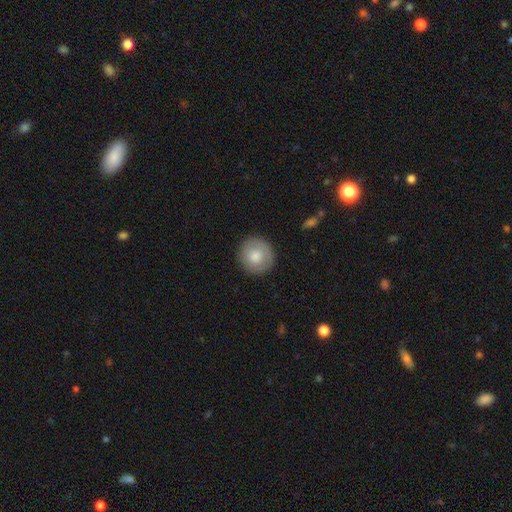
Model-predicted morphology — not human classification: smooth 76%, featured or disk 18%, star or artifact 7%. Down the decision tree: how rounded — round (94%); merging — none (89%).